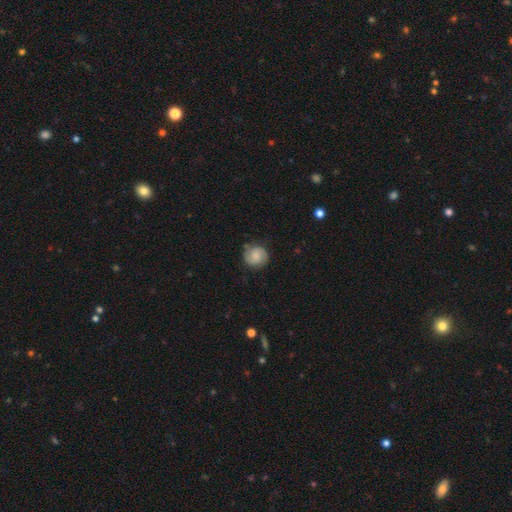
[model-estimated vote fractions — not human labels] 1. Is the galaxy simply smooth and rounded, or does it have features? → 46% featured or disk (tied), 46% smooth (tied), 8% star or artifact.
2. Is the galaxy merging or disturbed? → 81% none, 13% minor disturbance, 4% major disturbance, 1% merger.